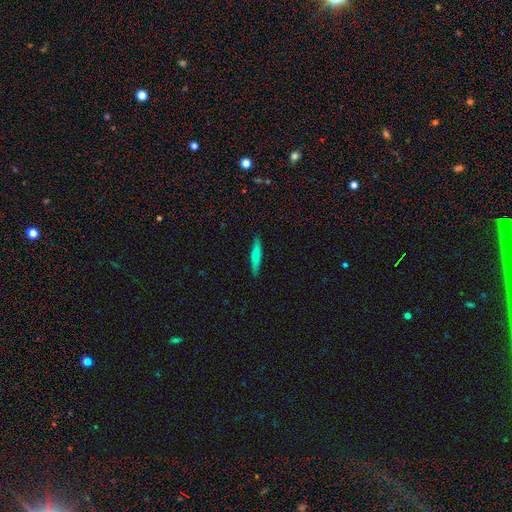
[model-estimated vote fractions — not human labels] Smooth or featured? Predicted: smooth (p=0.70). How rounded? Predicted: cigar-shaped (p=0.90). Merging? Predicted: none (p=0.90).